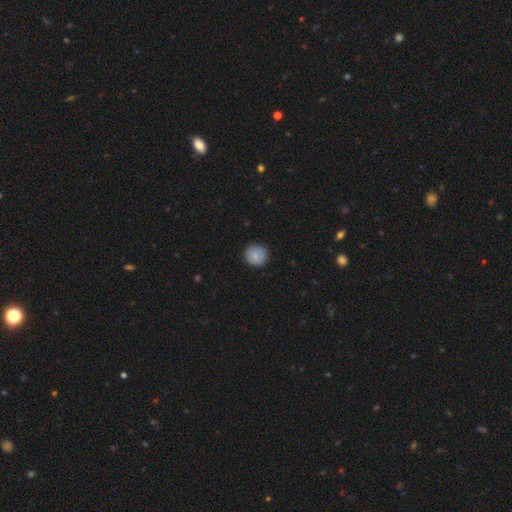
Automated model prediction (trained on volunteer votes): A smooth galaxy with no disk features (82%) that is round (92%).

Vote fractions:
- Smooth or featured? smooth: 82% / featured or disk: 11% / star or artifact: 7%
- How rounded? round: 92% / in between: 7% / cigar-shaped: 1%
- Merging? none: 88% / minor disturbance: 9% / major disturbance: 2% / merger: 1%